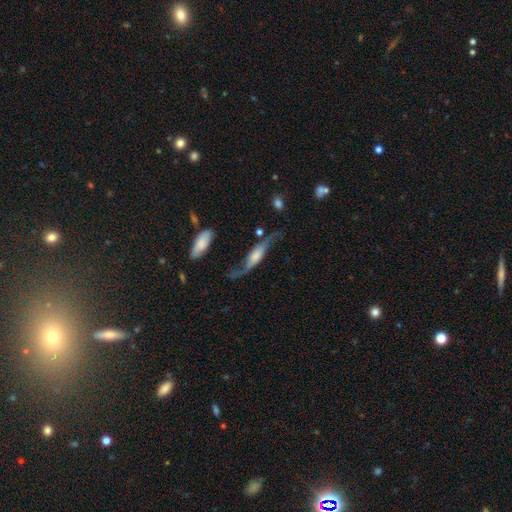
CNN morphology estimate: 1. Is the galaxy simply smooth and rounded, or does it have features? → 71% featured or disk, 23% smooth, 7% star or artifact.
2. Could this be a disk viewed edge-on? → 62% no, 38% yes.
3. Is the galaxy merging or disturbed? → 53% none, 24% minor disturbance, 18% major disturbance, 5% merger.